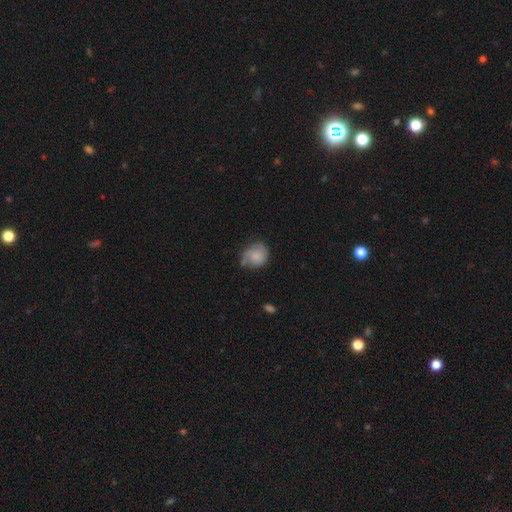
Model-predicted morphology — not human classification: type=smooth (72%); roundness=round (70%); merging=none (46%).